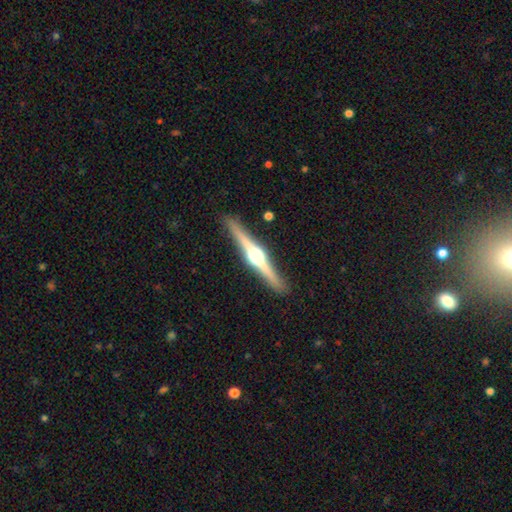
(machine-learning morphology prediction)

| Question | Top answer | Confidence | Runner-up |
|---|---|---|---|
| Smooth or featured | featured or disk | 82% | smooth (13%) |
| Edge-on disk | yes | 98% | no (2%) |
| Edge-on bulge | rounded | 95% | boxy (3%) |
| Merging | none | 91% | minor disturbance (7%) |